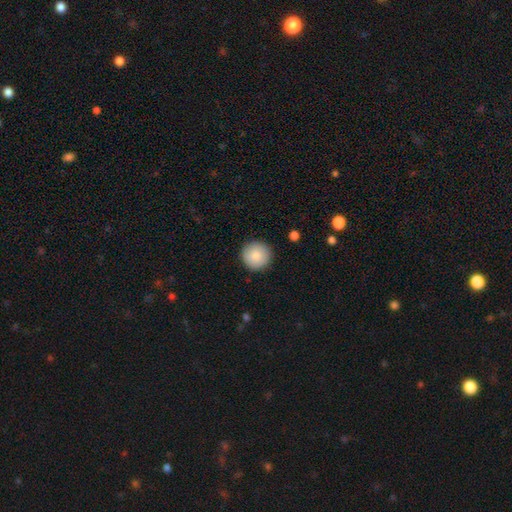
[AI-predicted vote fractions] Smooth or featured? Predicted: smooth (p=0.85). How rounded? Predicted: round (p=0.96). Merging? Predicted: none (p=0.91).